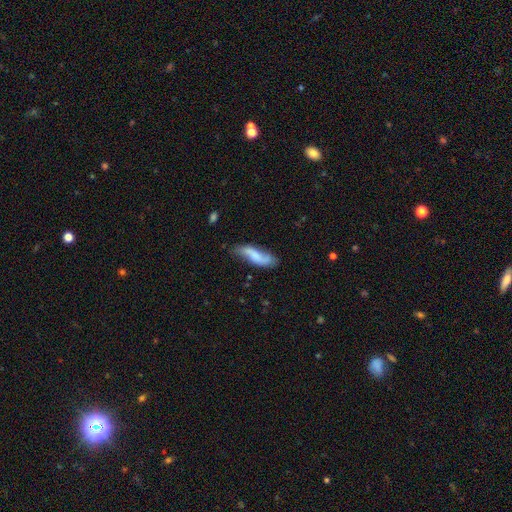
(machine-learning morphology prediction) Smooth or featured? smooth (54%)
How rounded? in between (51%)
Merging? none (59%)